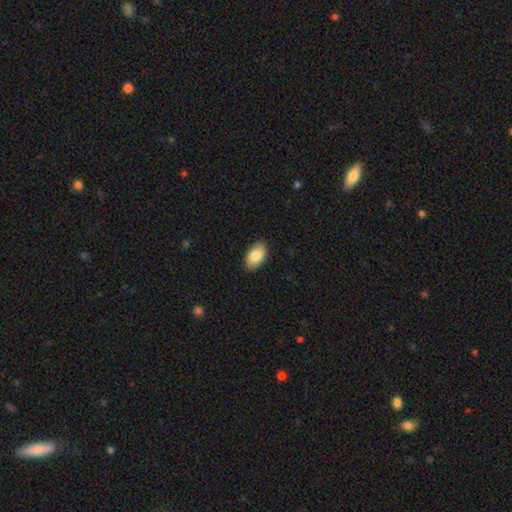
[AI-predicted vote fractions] A smooth galaxy with no disk features (85%) that is in between round and cigar-shaped (93%).

Vote fractions:
- Smooth or featured? smooth: 85% / featured or disk: 9% / star or artifact: 6%
- How rounded? in between: 93% / round: 5% / cigar-shaped: 1%
- Merging? none: 88% / minor disturbance: 10% / major disturbance: 2% / merger: 1%